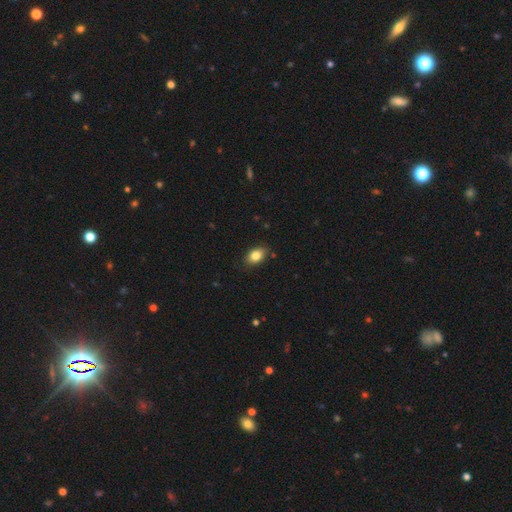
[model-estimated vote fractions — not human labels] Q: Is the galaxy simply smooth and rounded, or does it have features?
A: smooth — 83%.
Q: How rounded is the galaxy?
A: in between — 84%.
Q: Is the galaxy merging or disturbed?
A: none — 83%.